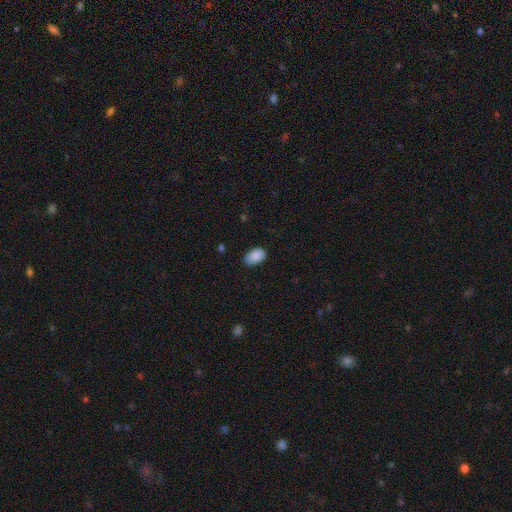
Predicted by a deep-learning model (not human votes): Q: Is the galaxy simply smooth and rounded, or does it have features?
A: smooth — 88%.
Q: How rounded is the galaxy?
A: in between — 90%.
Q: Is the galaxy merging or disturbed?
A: none — 75%.